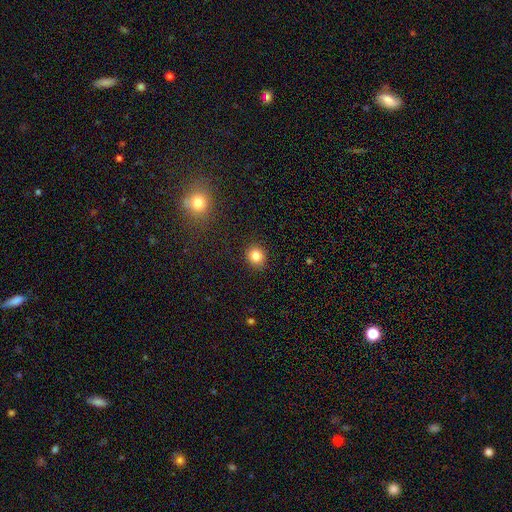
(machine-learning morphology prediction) smooth_or_featured: smooth (p=0.83) [alt: star or artifact p=0.11]
how_rounded: round (p=0.84) [alt: in between p=0.15]
merging: none (p=0.91) [alt: minor disturbance p=0.06]